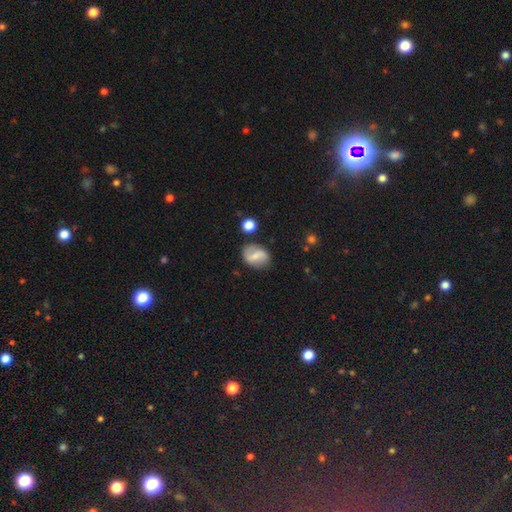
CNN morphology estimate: Smooth or featured?
  - featured or disk: 49% *
  - smooth: 43%
  - star or artifact: 8%
Merging?
  - none: 76% *
  - minor disturbance: 16%
  - major disturbance: 4%
  - merger: 4%